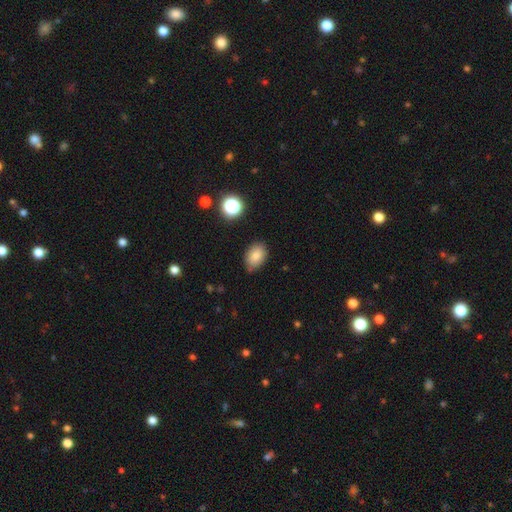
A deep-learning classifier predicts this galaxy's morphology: smooth_or_featured: smooth (p=0.83) [alt: star or artifact p=0.10]
how_rounded: in between (p=0.78) [alt: round p=0.21]
merging: none (p=0.78) [alt: minor disturbance p=0.17]